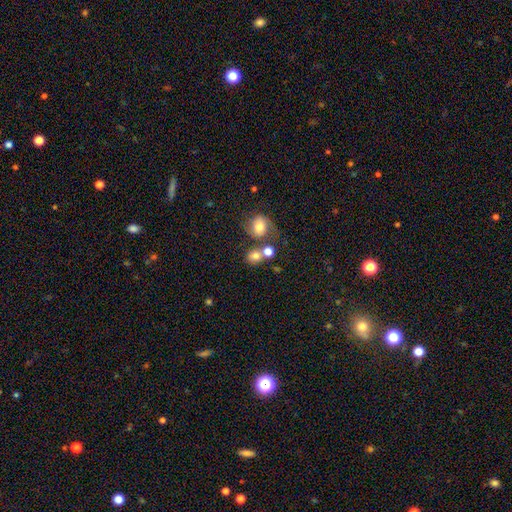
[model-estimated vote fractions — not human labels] Morphology: type=smooth (76%); roundness=round (74%); merging=none (47%).